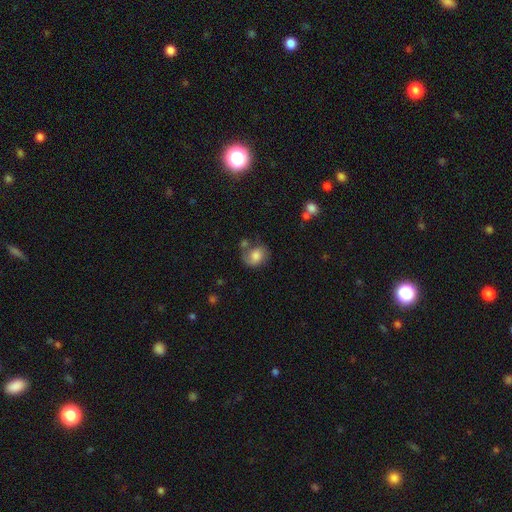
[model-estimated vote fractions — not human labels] Smooth or featured? smooth (71%)
How rounded? round (51%)
Merging? none (51%)